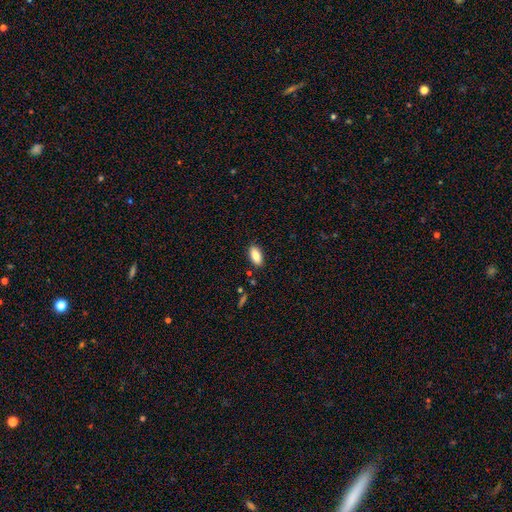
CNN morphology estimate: The model was most divided on "merging": none: 88%, minor disturbance: 9%, major disturbance: 2%, merger: 2%. More confident: how rounded — in between (89%); smooth or featured — smooth (87%).